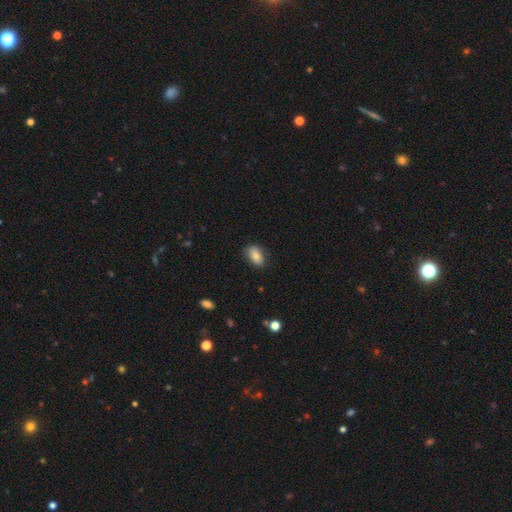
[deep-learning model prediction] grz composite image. It shows a smooth galaxy with no disk features (83%) that is in between round and cigar-shaped (89%). Merging: none (83%).